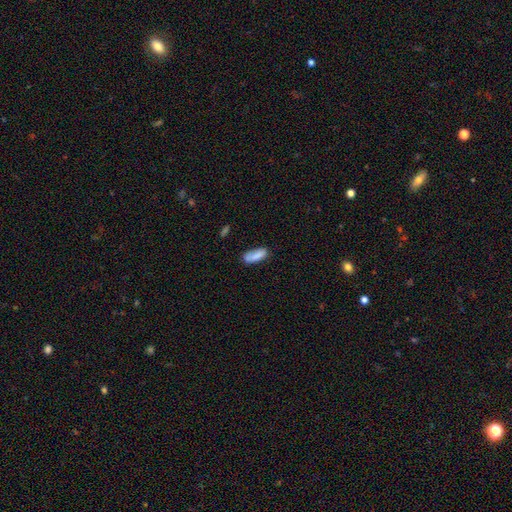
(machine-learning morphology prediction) Smooth or featured? smooth (82%)
How rounded? in between (66%)
Merging? none (64%)